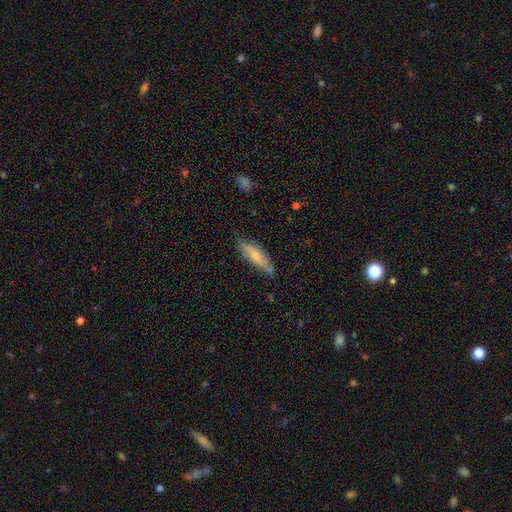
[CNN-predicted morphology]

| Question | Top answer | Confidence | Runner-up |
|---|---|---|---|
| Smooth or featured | smooth | 58% | featured or disk (36%) |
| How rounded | cigar-shaped | 55% | in between (43%) |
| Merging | none | 71% | minor disturbance (23%) |